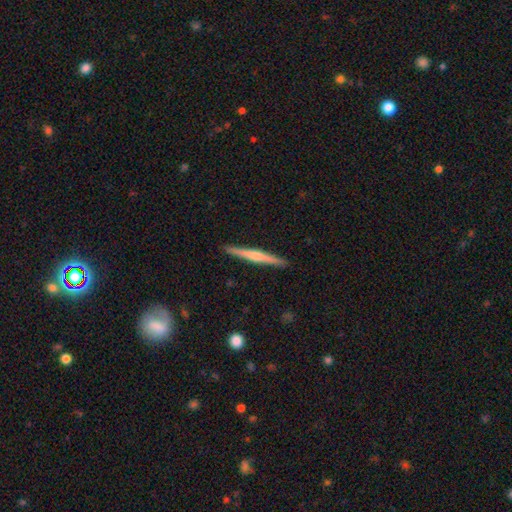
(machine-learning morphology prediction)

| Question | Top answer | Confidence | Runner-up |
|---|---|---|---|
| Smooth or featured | featured or disk | 63% | smooth (32%) |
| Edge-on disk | yes | 98% | no (2%) |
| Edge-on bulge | rounded | 64% | none (23%) |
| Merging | none | 92% | minor disturbance (6%) |